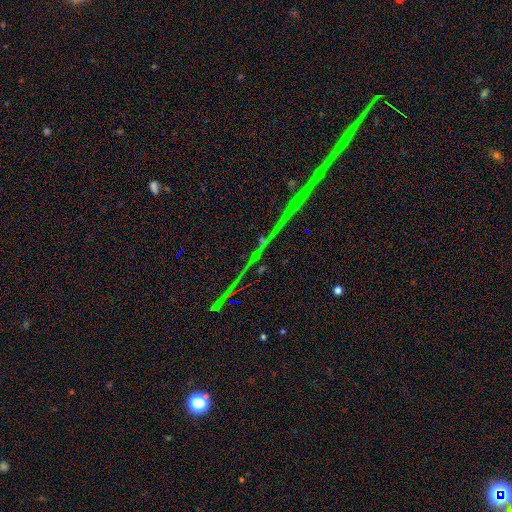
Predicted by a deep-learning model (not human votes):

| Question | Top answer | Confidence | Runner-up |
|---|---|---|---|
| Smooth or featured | star or artifact | 73% | featured or disk (17%) |